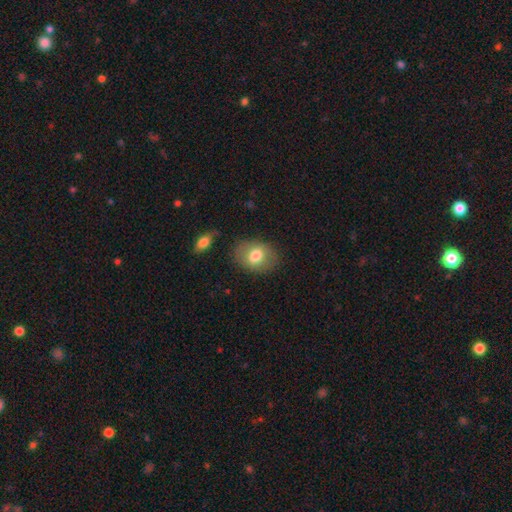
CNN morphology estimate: Smooth or featured?
  - smooth: 73% *
  - featured or disk: 20%
  - star or artifact: 8%
How rounded?
  - in between: 67% *
  - round: 32%
  - cigar-shaped: 1%
Merging?
  - none: 78% *
  - minor disturbance: 15%
  - major disturbance: 5%
  - merger: 2%